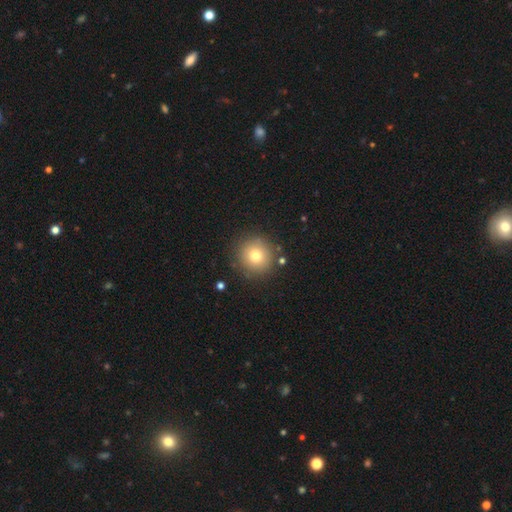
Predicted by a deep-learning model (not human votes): Smooth or featured? smooth (76%)
How rounded? round (94%)
Merging? none (87%)